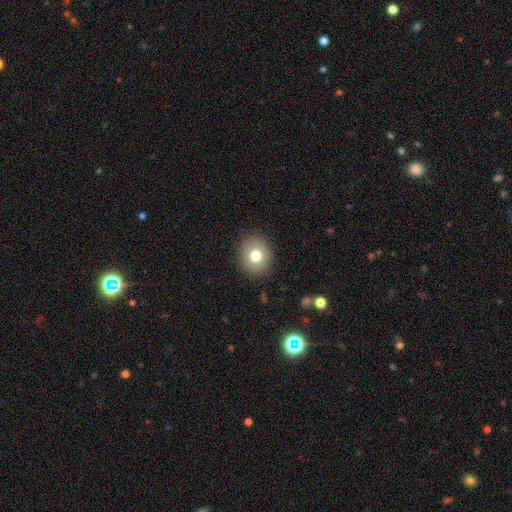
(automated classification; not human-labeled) smooth 75%, featured or disk 15%, star or artifact 10%. Down the decision tree: how rounded — round (71%); merging — none (88%).